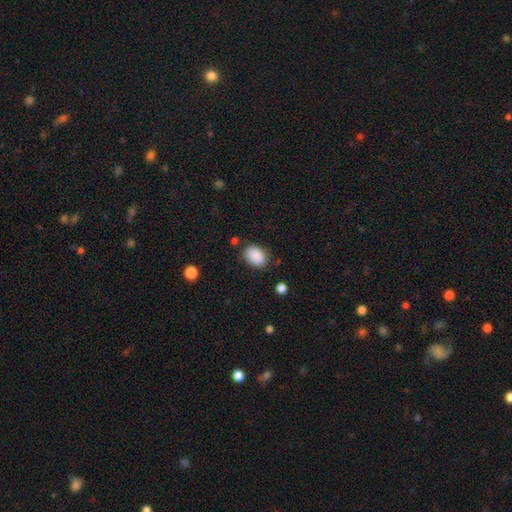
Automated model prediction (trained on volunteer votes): A smooth galaxy with no disk features (89%) that is in between round and cigar-shaped (81%).

Vote fractions:
- Smooth or featured? smooth: 89% / star or artifact: 8% / featured or disk: 3%
- How rounded? in between: 81% / round: 18% / cigar-shaped: 1%
- Merging? none: 79% / minor disturbance: 15% / major disturbance: 4% / merger: 2%